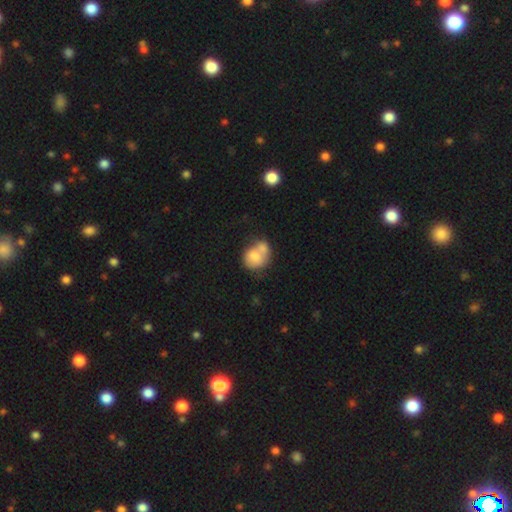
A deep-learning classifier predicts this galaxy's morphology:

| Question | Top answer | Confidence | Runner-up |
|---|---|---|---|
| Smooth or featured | smooth | 73% | featured or disk (20%) |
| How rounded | round | 64% | in between (35%) |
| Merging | merger | 61% | none (24%) |